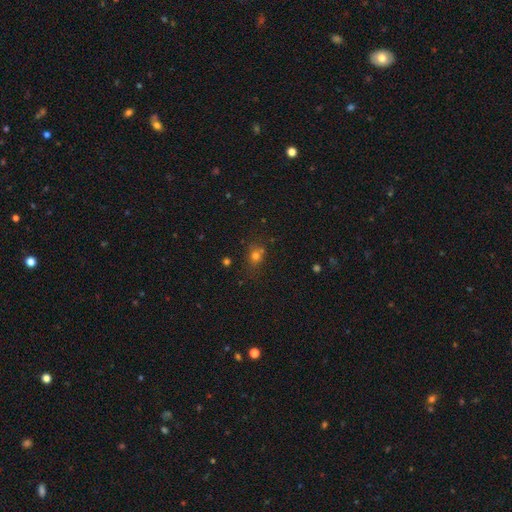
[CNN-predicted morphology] Q: Smooth or featured?
A: smooth (70%); runner-up: star or artifact (20%)
Q: How rounded?
A: round (65%); runner-up: in between (34%)
Q: Merging?
A: none (66%); runner-up: minor disturbance (17%)